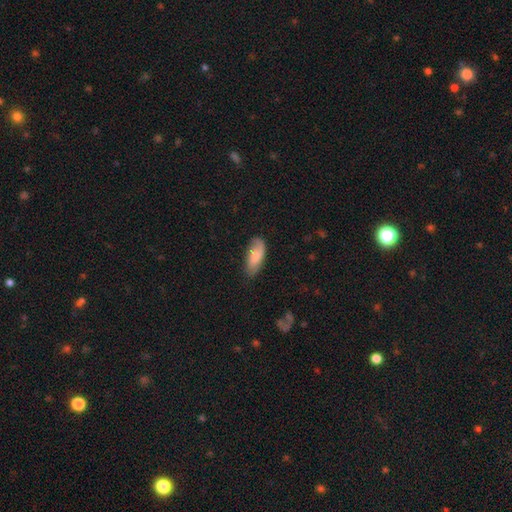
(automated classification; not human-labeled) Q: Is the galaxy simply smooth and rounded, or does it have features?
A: smooth — 75%.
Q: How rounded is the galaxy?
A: in between — 83%.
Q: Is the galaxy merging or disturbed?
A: none — 66%.